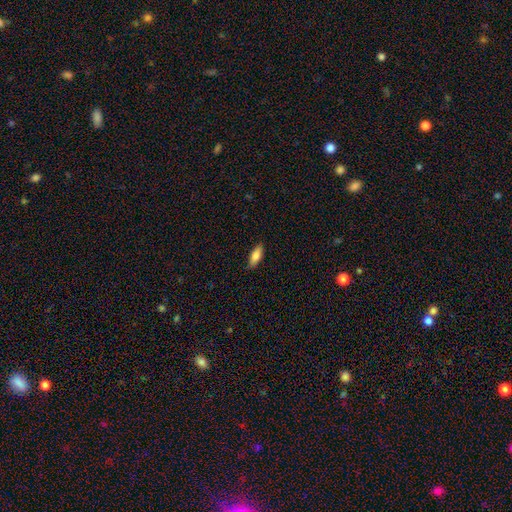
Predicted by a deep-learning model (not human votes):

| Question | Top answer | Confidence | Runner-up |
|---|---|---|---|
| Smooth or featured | smooth | 81% | featured or disk (13%) |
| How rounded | in between | 72% | cigar-shaped (26%) |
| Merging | none | 86% | minor disturbance (11%) |